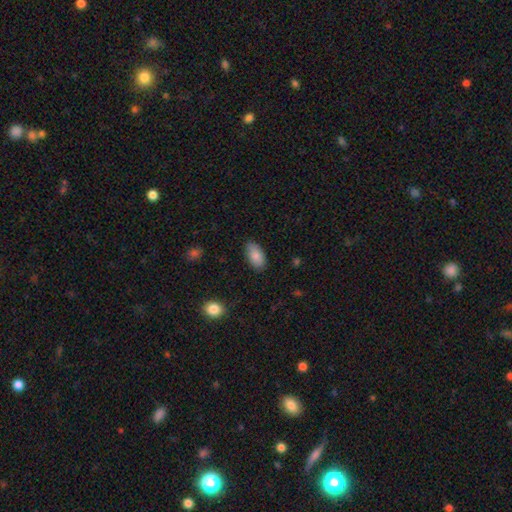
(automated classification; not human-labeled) The model was most divided on "merging": none: 84%, minor disturbance: 13%, major disturbance: 2%, merger: 1%. More confident: how rounded — in between (94%); smooth or featured — smooth (85%).